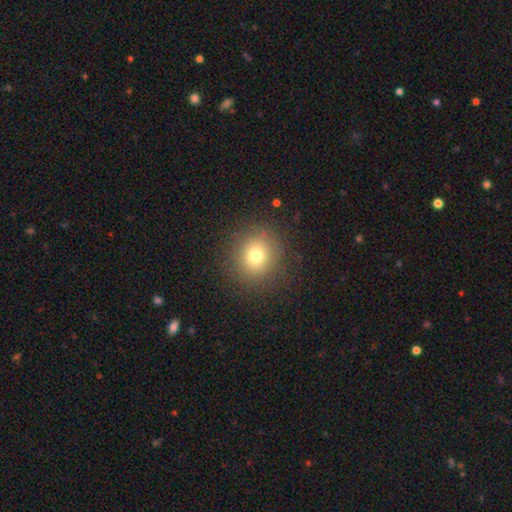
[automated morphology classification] The model was most divided on "smooth or featured": smooth: 76%, star or artifact: 14%, featured or disk: 10%. More confident: merging — none (88%); how rounded — round (87%).